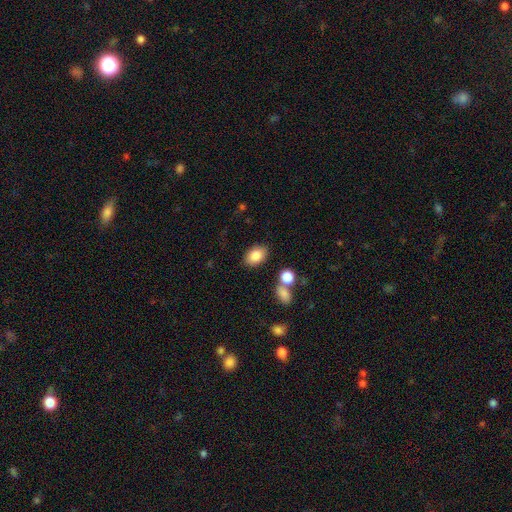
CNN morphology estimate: A smooth galaxy with no disk features (84%) that is in between round and cigar-shaped (82%).

Vote fractions:
- Smooth or featured? smooth: 84% / star or artifact: 8% / featured or disk: 8%
- How rounded? in between: 82% / round: 17% / cigar-shaped: 1%
- Merging? none: 81% / minor disturbance: 11% / merger: 6% / major disturbance: 3%